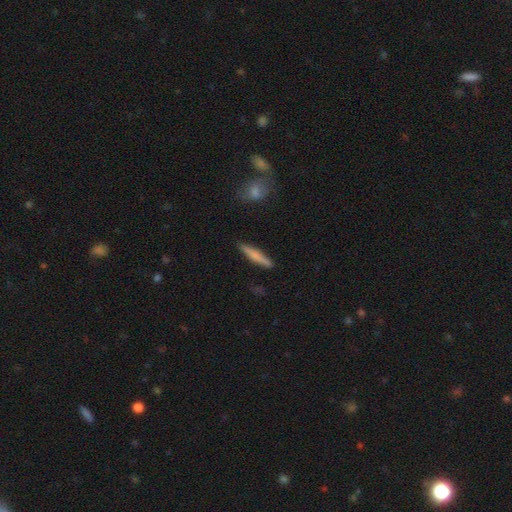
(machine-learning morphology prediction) Smooth or featured: smooth — 67% (featured or disk — 27%)
How rounded: cigar-shaped — 92% (in between — 7%)
Merging: none — 88% (minor disturbance — 8%)